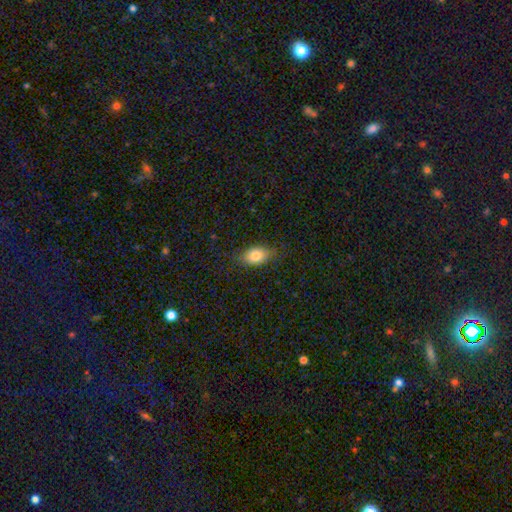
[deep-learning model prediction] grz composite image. It shows a smooth galaxy with no disk features (82%) that is in between round and cigar-shaped (86%). Merging: none (81%).